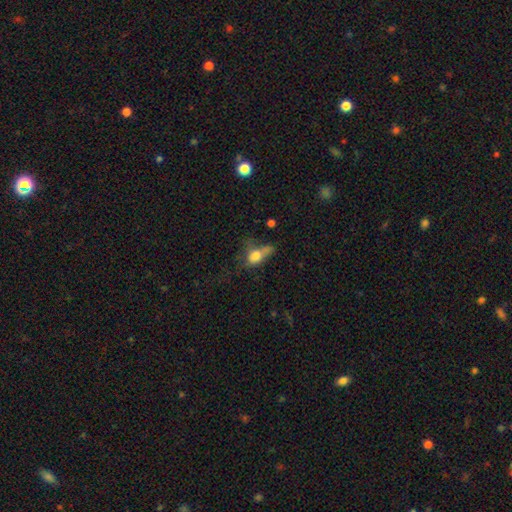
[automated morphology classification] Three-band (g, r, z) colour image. It shows a smooth galaxy with no disk features (65%) that is in between round and cigar-shaped (71%). Merging: major disturbance (38%).